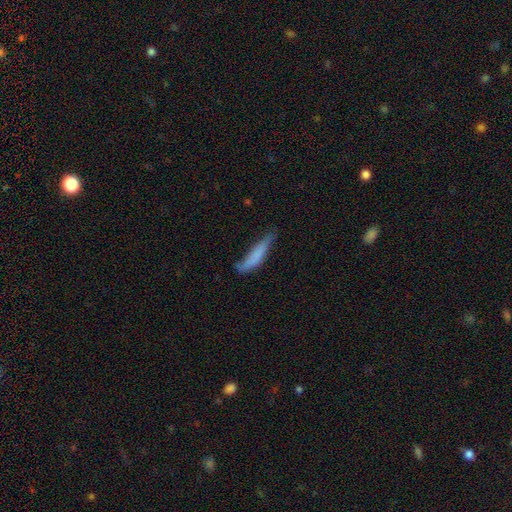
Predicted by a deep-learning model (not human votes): Smooth or featured? smooth (69%)
How rounded? cigar-shaped (80%)
Merging? none (42%)